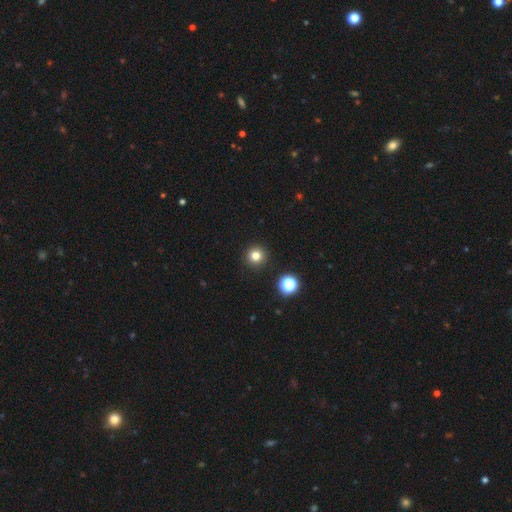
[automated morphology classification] Q: Smooth or featured?
A: smooth (79%); runner-up: star or artifact (15%)
Q: How rounded?
A: round (96%); runner-up: in between (3%)
Q: Merging?
A: none (92%); runner-up: minor disturbance (4%)